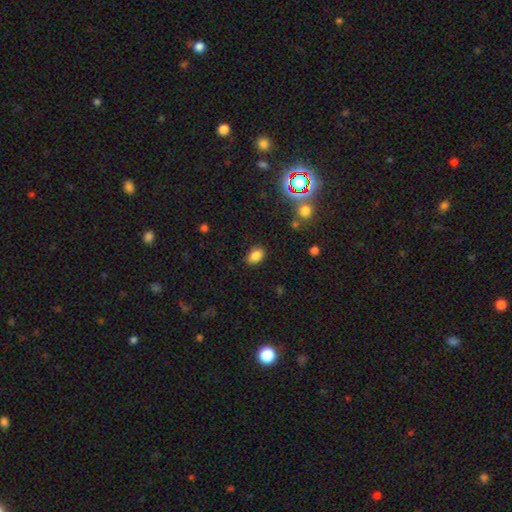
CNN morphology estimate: smooth 84%, star or artifact 12%, featured or disk 5%. Down the decision tree: how rounded — in between (81%); merging — none (85%).